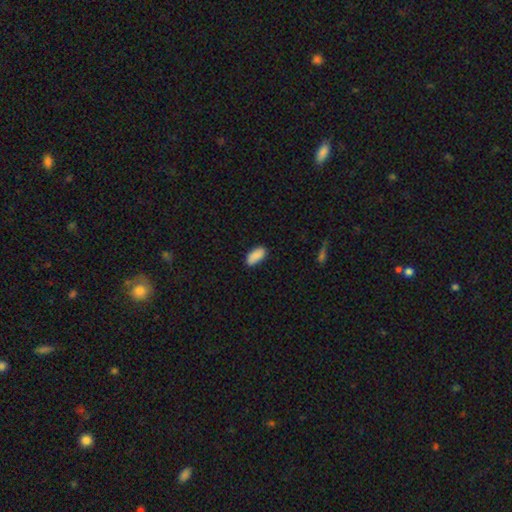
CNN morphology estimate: Overall: smooth (89%). How rounded: in between (90%). Merging: none (82%).